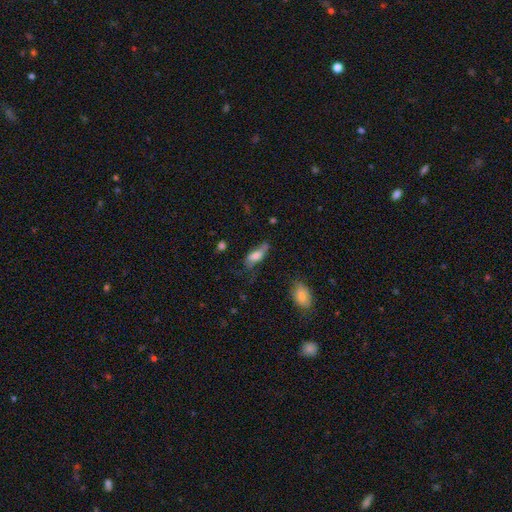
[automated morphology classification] smooth 67%, featured or disk 25%, star or artifact 8%. Down the decision tree: how rounded — in between (72%); merging — none (42%).